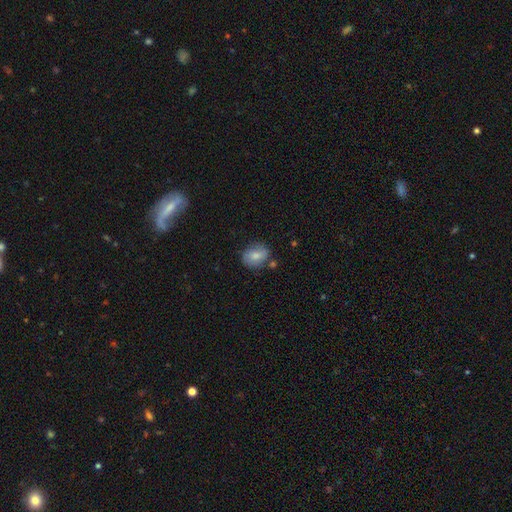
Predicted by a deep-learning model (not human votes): The model was most divided on "how rounded": in between: 53%, round: 46%, cigar-shaped: 1%. More confident: smooth or featured — smooth (71%); merging — none (69%).